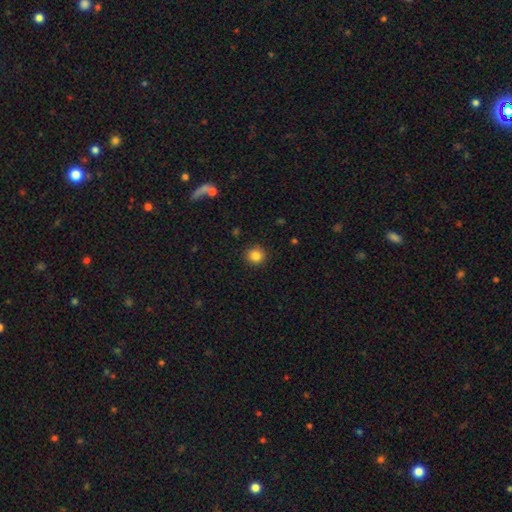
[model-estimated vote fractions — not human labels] smooth 84%, star or artifact 11%, featured or disk 5%. Down the decision tree: how rounded — round (92%); merging — none (91%).